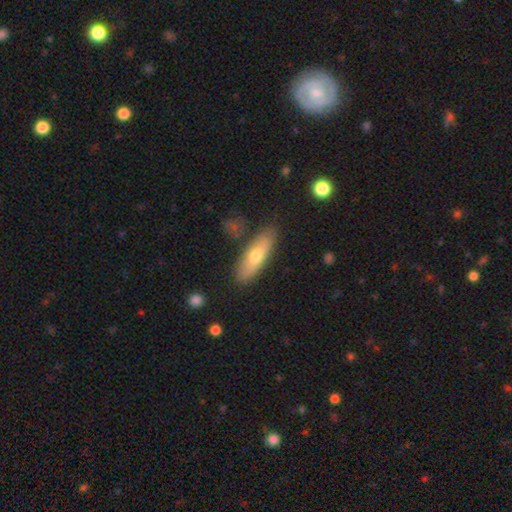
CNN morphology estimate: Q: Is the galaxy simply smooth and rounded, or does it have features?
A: smooth — 61%.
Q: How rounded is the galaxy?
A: cigar-shaped — 53%.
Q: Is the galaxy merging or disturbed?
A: none — 83%.